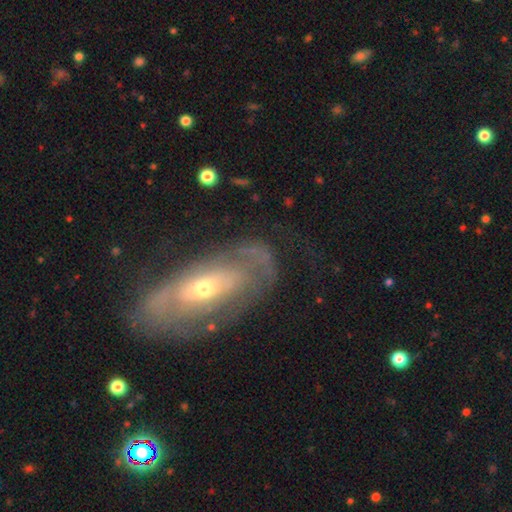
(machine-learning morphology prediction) This is likely a featured or disk galaxy (70%). It is clearly not viewed edge-on (88%). Bar: likely no (67%). Spiral arm pattern: possibly yes (60%). Central bulge: possibly small (54%). Merging: possibly none (53%).